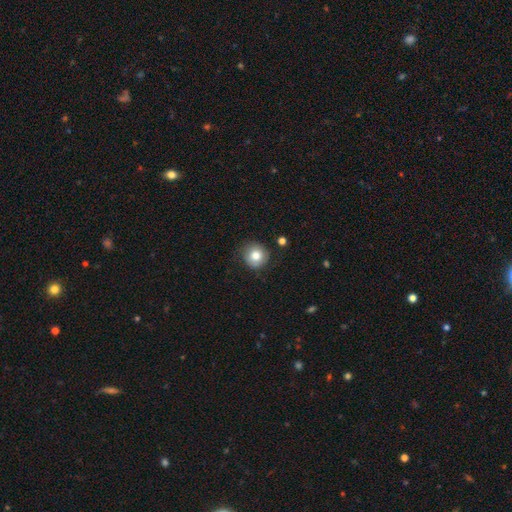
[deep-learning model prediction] Smooth or featured: smooth — 80% (featured or disk — 11%)
How rounded: round — 91% (in between — 9%)
Merging: none — 80% (minor disturbance — 14%)